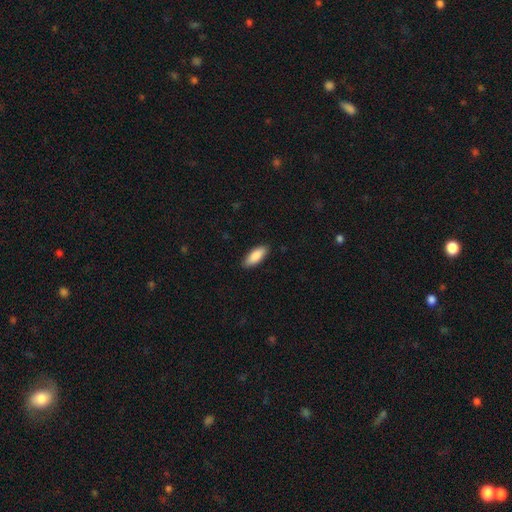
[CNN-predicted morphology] Smooth or featured? Predicted: smooth (p=0.88). How rounded? Predicted: in between (p=0.80). Merging? Predicted: none (p=0.88).